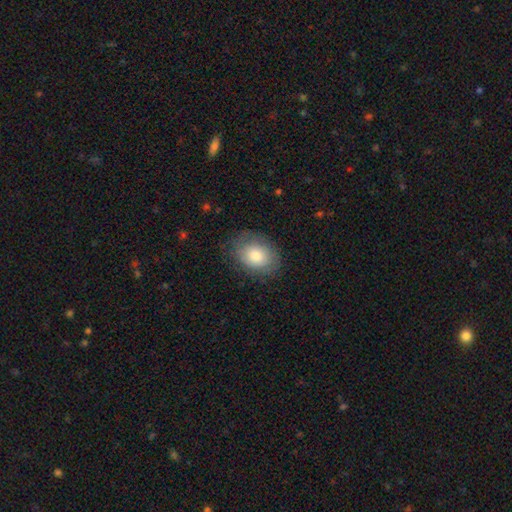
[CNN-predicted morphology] smooth-or-featured: smooth: 75% | featured or disk: 17% | star or artifact: 7%
  how-rounded: in between: 70% | round: 29% | cigar-shaped: 1%
  merging: none: 77% | minor disturbance: 17% | major disturbance: 5% | merger: 1%